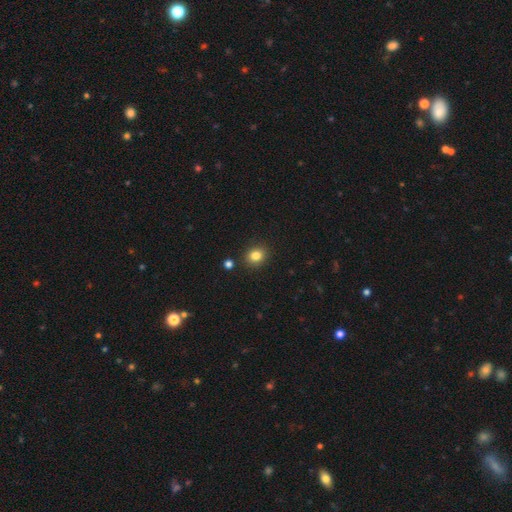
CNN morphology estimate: This appears to be a smooth galaxy with no disk features (83%) that is round (65%). Merging: none (86%).